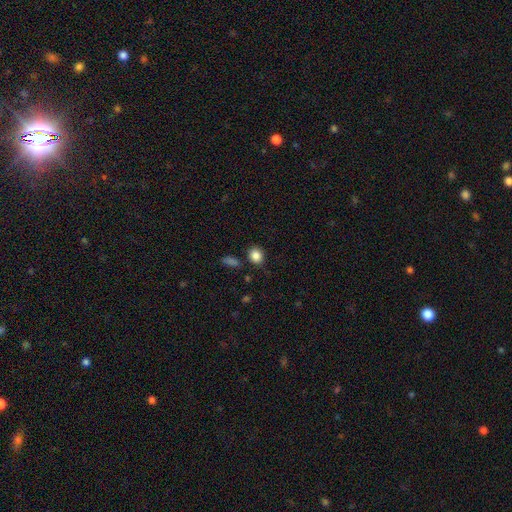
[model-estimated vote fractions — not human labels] Smooth or featured? smooth (86%)
How rounded? round (69%)
Merging? none (83%)